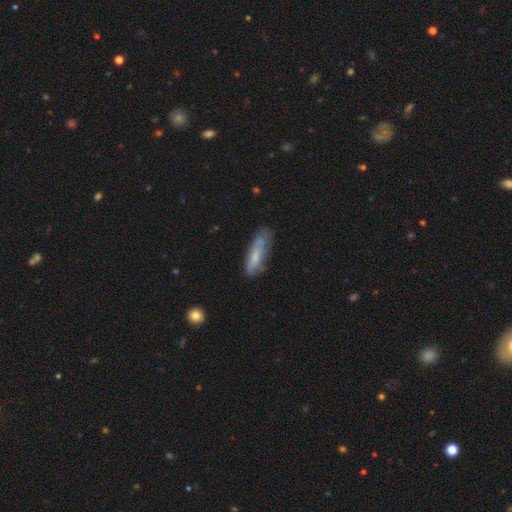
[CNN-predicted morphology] The model was most divided on "how rounded": cigar-shaped: 52%, in between: 46%, round: 2%. More confident: smooth or featured — smooth (63%); merging — none (56%).